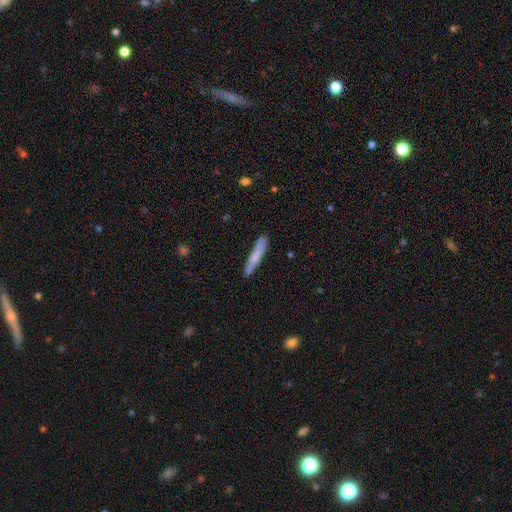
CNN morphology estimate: Overall: smooth (72%). How rounded: cigar-shaped (93%). Merging: none (77%).